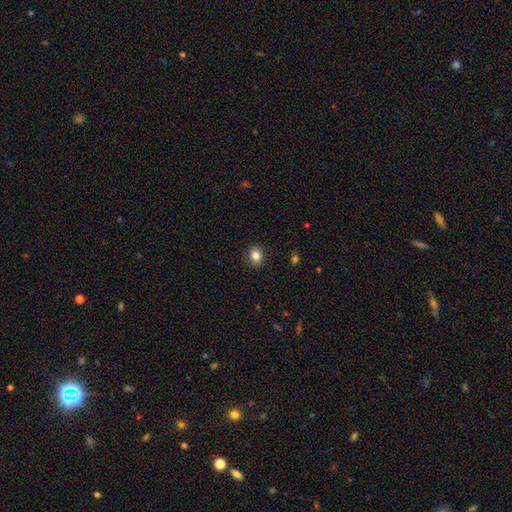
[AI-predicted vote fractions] A smooth galaxy with no disk features (84%) that is round (53%). Merging: none (89%).